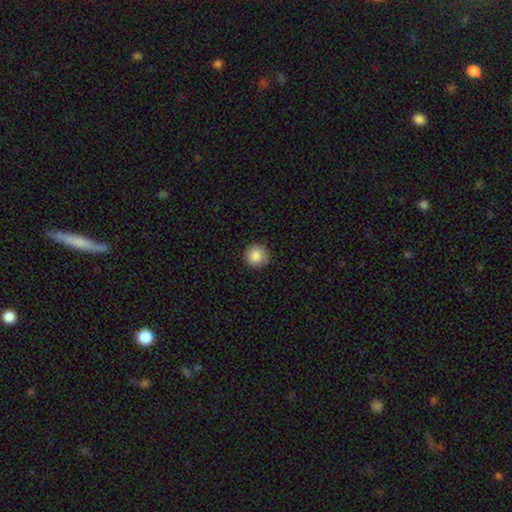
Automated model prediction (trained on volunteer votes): Smooth or featured? Predicted: smooth (p=0.86). How rounded? Predicted: round (p=0.94). Merging? Predicted: none (p=0.87).